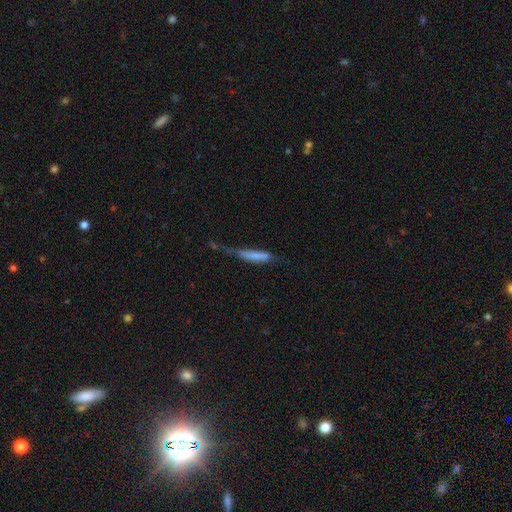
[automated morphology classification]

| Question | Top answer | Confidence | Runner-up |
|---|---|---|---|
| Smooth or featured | smooth | 59% | featured or disk (33%) |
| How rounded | cigar-shaped | 86% | in between (12%) |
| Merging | major disturbance | 36% | minor disturbance (28%) |